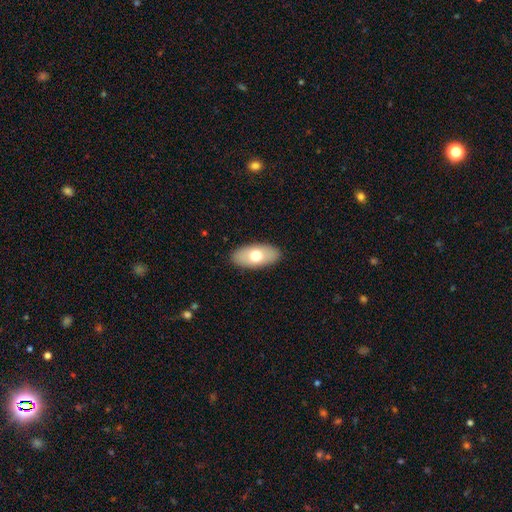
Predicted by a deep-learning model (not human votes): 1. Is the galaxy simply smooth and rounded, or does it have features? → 69% smooth, 25% featured or disk, 6% star or artifact.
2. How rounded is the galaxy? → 92% in between, 5% cigar-shaped, 3% round.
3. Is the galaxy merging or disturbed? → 89% none, 8% minor disturbance, 2% major disturbance, 1% merger.